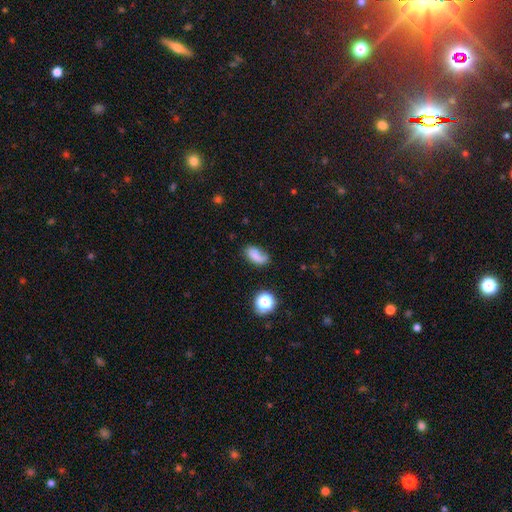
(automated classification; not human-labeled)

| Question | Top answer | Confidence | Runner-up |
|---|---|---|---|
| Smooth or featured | smooth | 67% | featured or disk (19%) |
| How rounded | in between | 86% | round (9%) |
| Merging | none | 52% | minor disturbance (27%) |